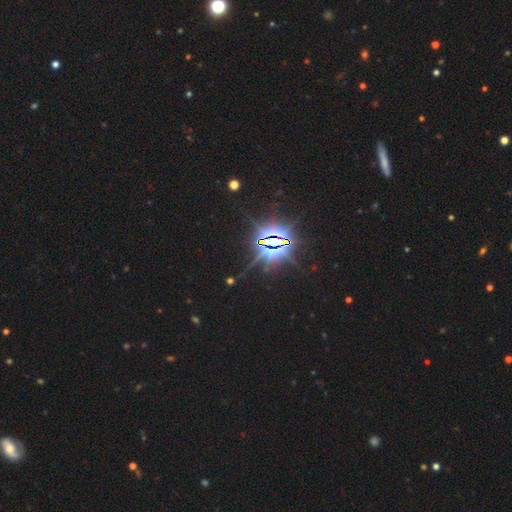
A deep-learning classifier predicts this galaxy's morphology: A star or artifact, not a galaxy (86%).

Vote fractions:
- Smooth or featured? star or artifact: 86% / smooth: 8% / featured or disk: 6%